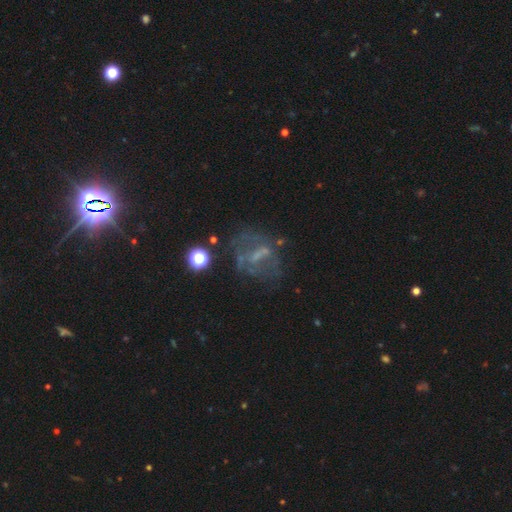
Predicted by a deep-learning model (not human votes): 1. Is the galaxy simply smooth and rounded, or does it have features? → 55% featured or disk, 24% star or artifact, 21% smooth.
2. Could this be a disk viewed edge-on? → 93% no, 7% yes.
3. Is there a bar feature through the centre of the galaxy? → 43% no, 35% weak, 22% strong.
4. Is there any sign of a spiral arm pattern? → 67% no, 33% yes.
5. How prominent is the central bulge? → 46% none, 33% small, 17% moderate, 3% large, 1% dominant.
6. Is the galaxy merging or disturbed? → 51% none, 25% major disturbance, 18% minor disturbance, 6% merger.